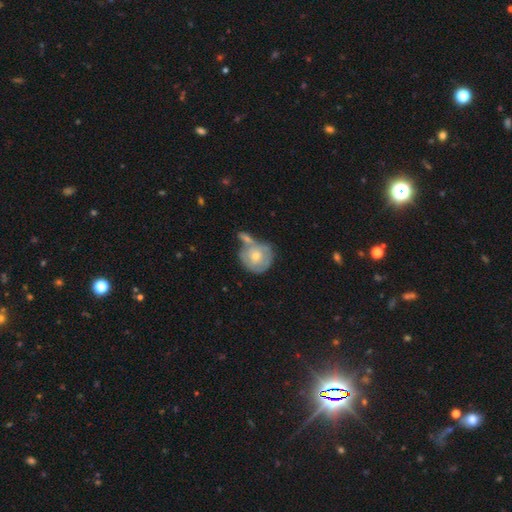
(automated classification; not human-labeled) smooth-or-featured: smooth: 53% | featured or disk: 41% | star or artifact: 6%
  how-rounded: round: 86% | in between: 13% | cigar-shaped: 1%
  merging: merger: 40% | none: 36% | minor disturbance: 17% | major disturbance: 7%